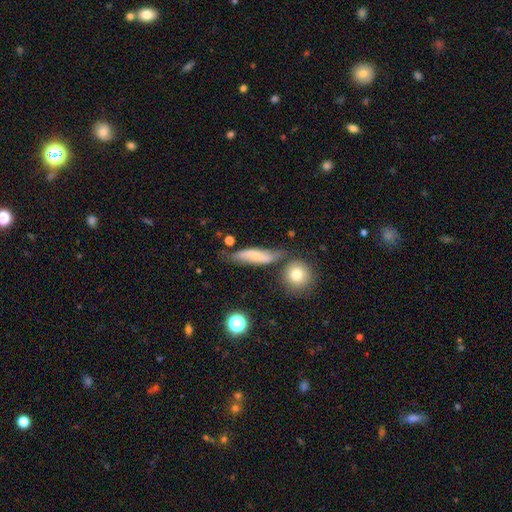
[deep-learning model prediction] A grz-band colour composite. It shows a smooth galaxy with no disk features (52%) that is cigar-shaped (59%). Merging: none (60%).